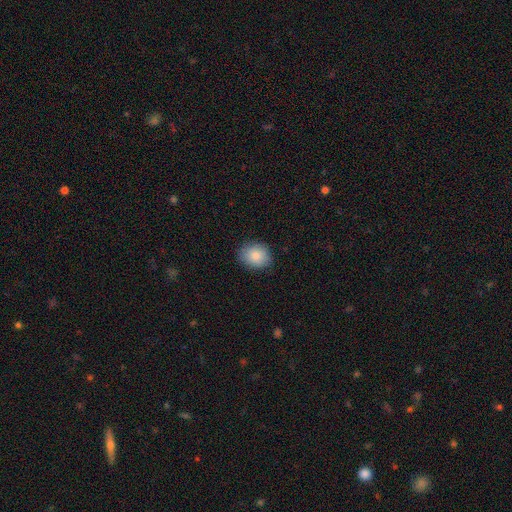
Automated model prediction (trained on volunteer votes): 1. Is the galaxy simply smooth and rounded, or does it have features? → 86% smooth, 8% star or artifact, 6% featured or disk.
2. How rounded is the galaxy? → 56% round, 43% in between, 1% cigar-shaped.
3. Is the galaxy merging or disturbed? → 84% none, 12% minor disturbance, 3% major disturbance, 1% merger.